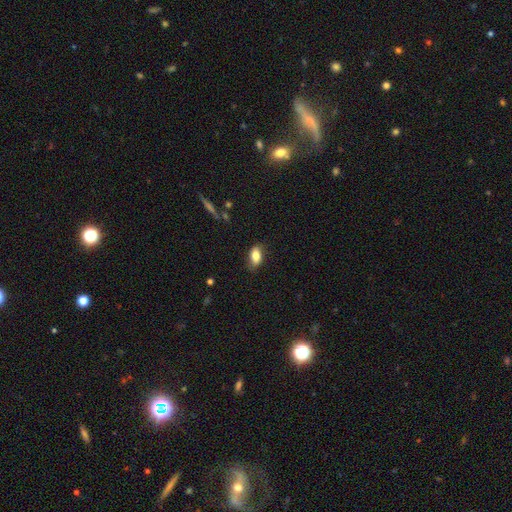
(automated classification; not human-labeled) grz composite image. It shows a smooth galaxy with no disk features (82%) that is in between round and cigar-shaped (88%). Merging: none (77%).